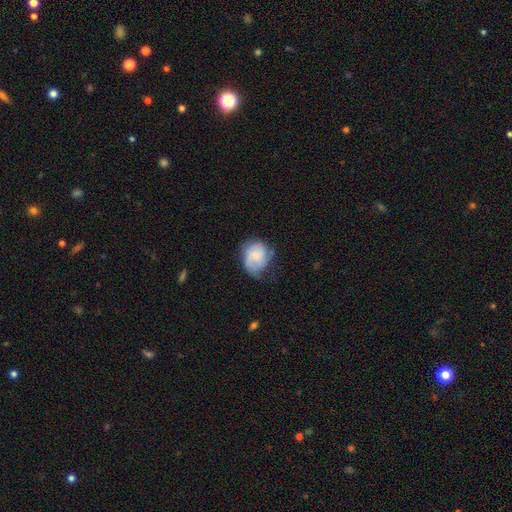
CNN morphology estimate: Overall: smooth (56%; featured or disk 36%). How rounded: round (57%; in between 42%). Merging: none (41%; minor disturbance 36%).